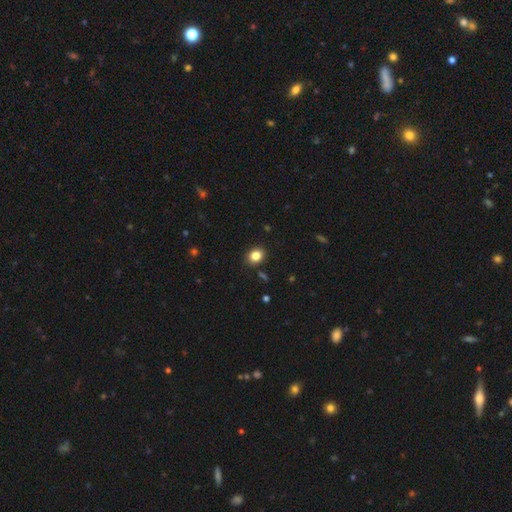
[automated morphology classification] This is clearly a smooth galaxy (84%). How rounded: possibly round (53%). Merging: clearly none (88%).